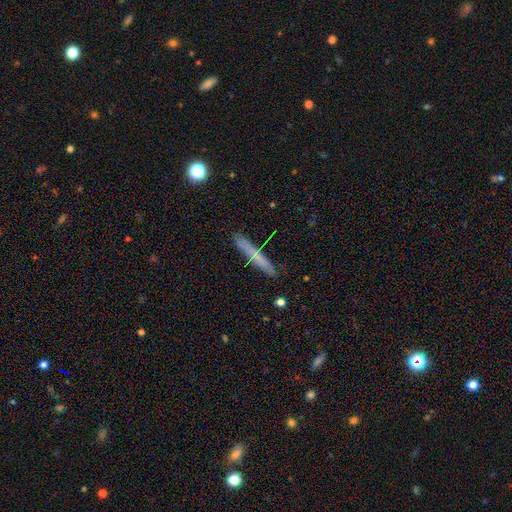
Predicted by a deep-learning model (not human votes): The model was most divided on "smooth or featured": smooth: 60%, featured or disk: 33%, star or artifact: 7%. More confident: how rounded — cigar-shaped (96%); merging — none (88%).